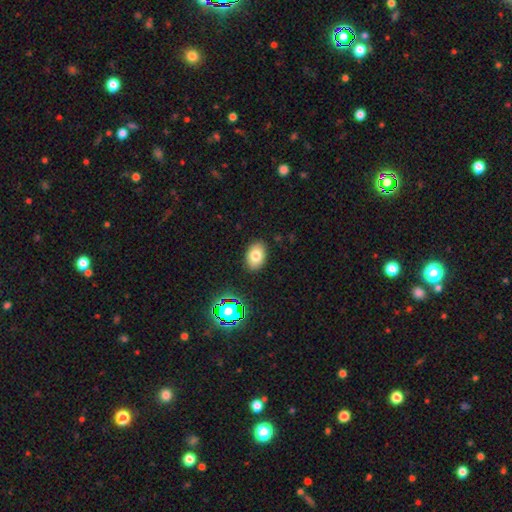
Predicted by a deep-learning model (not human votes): smooth_or_featured: smooth (p=0.78) [alt: star or artifact p=0.12]
how_rounded: in between (p=0.84) [alt: round p=0.14]
merging: none (p=0.88) [alt: minor disturbance p=0.09]